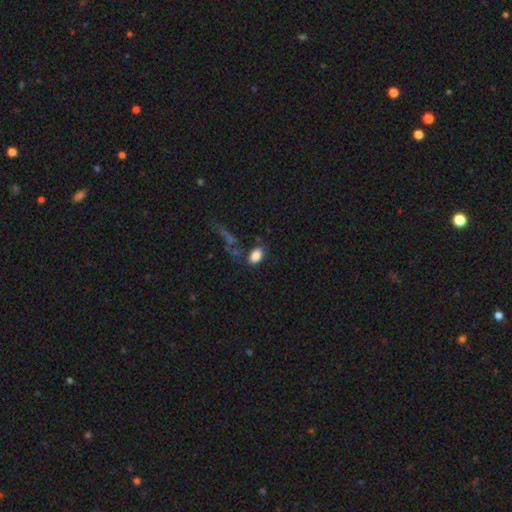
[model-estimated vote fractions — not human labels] This appears to be a smooth galaxy with no disk features (85%) that is in between round and cigar-shaped (88%). Merging: none (72%).